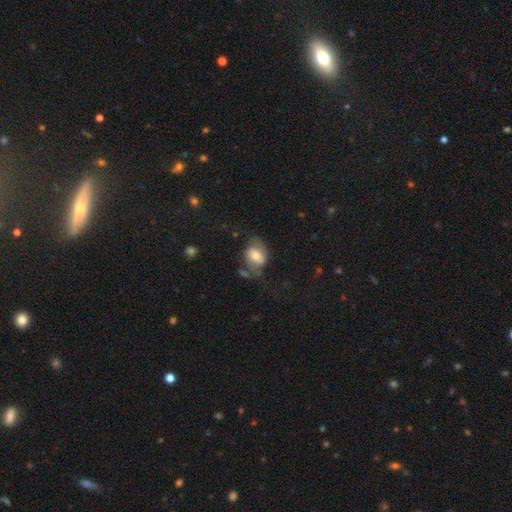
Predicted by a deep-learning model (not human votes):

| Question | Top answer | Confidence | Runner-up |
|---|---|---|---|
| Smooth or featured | smooth | 51% | featured or disk (41%) |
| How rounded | in between | 71% | round (27%) |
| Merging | none | 49% | minor disturbance (26%) |